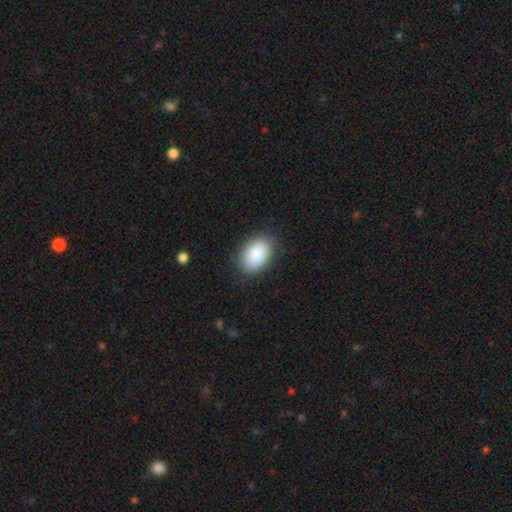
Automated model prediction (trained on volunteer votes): The model was most divided on "merging": none: 85%, minor disturbance: 11%, major disturbance: 3%, merger: 1%. More confident: smooth or featured — smooth (90%); how rounded — in between (87%).